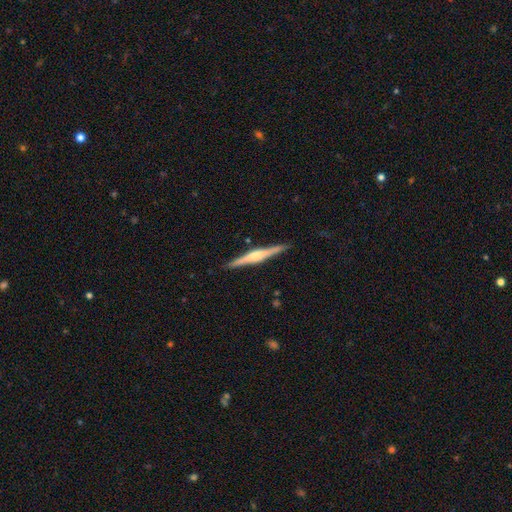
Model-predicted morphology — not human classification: Smooth or featured: featured or disk — 73% (smooth — 22%)
Edge-on disk: yes — 98% (no — 2%)
Edge-on bulge: rounded — 70% (boxy — 21%)
Merging: none — 90% (minor disturbance — 7%)